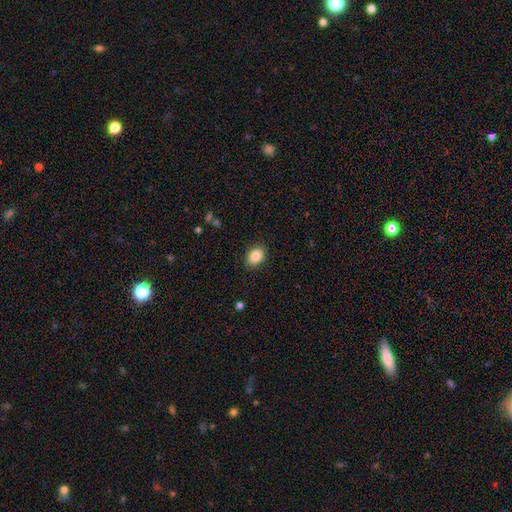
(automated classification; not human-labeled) A smooth galaxy with no disk features (85%) that is in between round and cigar-shaped (67%).

Vote fractions:
- Smooth or featured? smooth: 85% / star or artifact: 8% / featured or disk: 6%
- How rounded? in between: 67% / round: 32% / cigar-shaped: 1%
- Merging? none: 87% / minor disturbance: 9% / major disturbance: 2% / merger: 1%